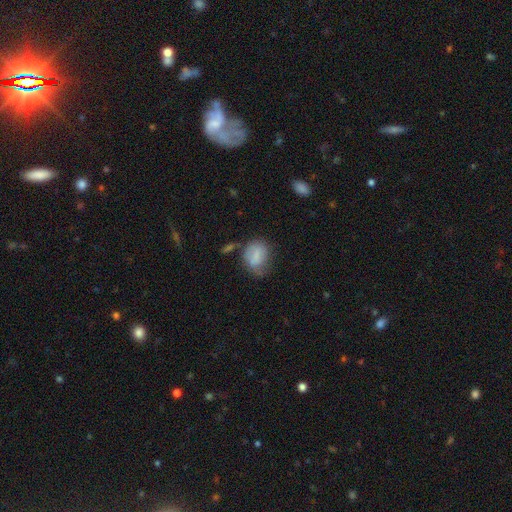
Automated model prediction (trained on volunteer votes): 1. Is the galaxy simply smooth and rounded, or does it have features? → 71% smooth, 20% featured or disk, 9% star or artifact.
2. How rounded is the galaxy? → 59% in between, 39% round, 2% cigar-shaped.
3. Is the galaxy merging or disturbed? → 43% none, 33% minor disturbance, 18% major disturbance, 6% merger.